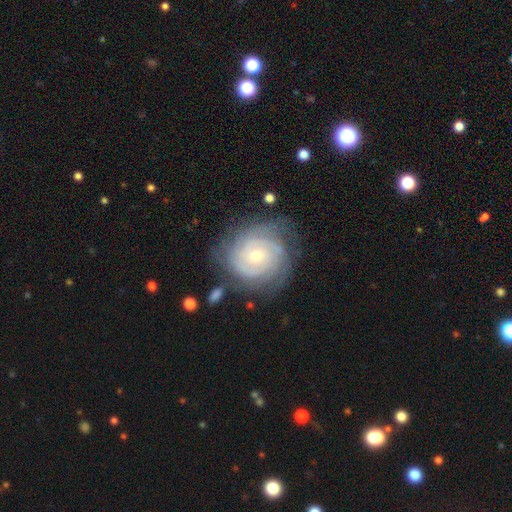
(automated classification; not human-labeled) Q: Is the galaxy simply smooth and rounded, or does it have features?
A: featured or disk — 84%.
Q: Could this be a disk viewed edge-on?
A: no — 98%.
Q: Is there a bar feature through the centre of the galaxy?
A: no — 74%.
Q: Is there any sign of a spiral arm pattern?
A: yes — 95%.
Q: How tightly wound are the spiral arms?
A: tight — 80%.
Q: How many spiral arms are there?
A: can't tell — 34%.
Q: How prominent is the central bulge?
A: small — 56%.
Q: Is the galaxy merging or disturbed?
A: none — 74%.